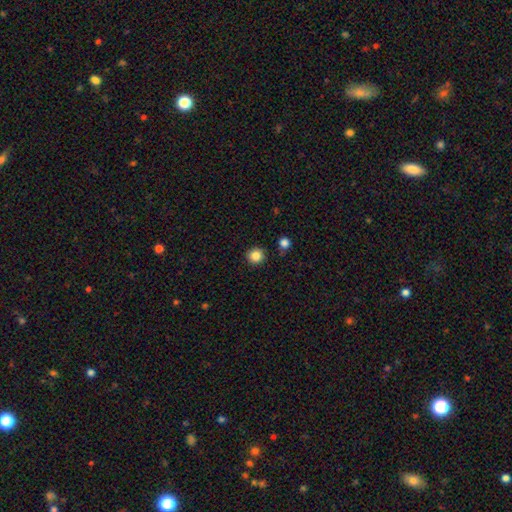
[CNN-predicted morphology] Smooth or featured? Predicted: smooth (p=0.85). How rounded? Predicted: round (p=0.93). Merging? Predicted: none (p=0.88).